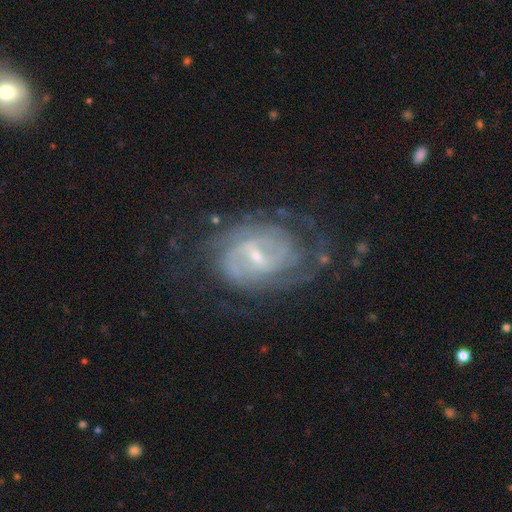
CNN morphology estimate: Smooth or featured? featured or disk (86%)
Edge-on disk? no (97%)
Bar? weak (56%)
Spiral arms? yes (93%)
Spiral winding? tight (53%)
Spiral arm count? 2 (40%)
Bulge size? small (72%)
Merging? none (64%)